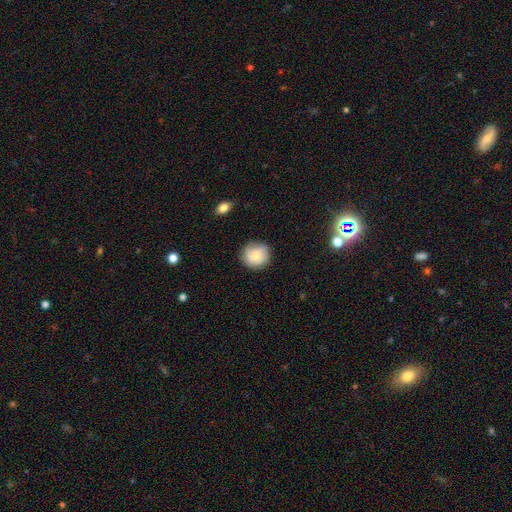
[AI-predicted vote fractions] smooth_or_featured: smooth (p=0.73) [alt: featured or disk p=0.19]
how_rounded: round (p=0.91) [alt: in between p=0.08]
merging: none (p=0.82) [alt: minor disturbance p=0.14]